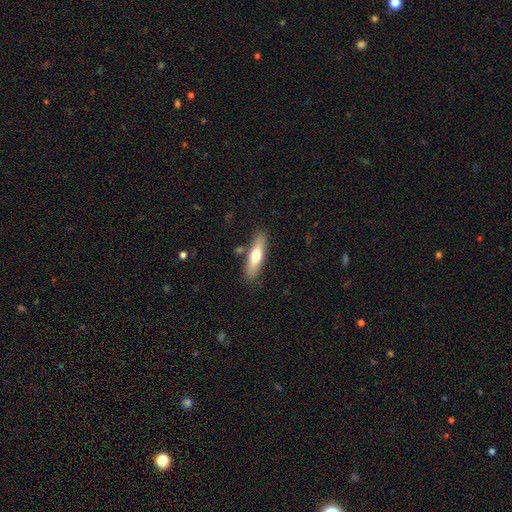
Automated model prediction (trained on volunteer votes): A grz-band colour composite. It shows a smooth galaxy with no disk features (60%) that is cigar-shaped (66%). Merging: none (81%).